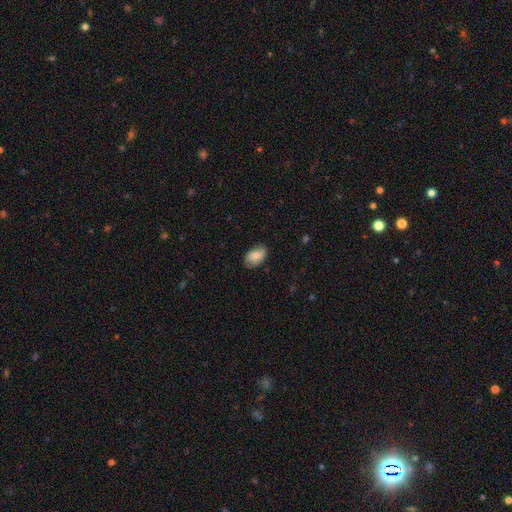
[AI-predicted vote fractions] Smooth or featured?
  - smooth: 78% *
  - featured or disk: 15%
  - star or artifact: 7%
How rounded?
  - in between: 91% *
  - round: 8%
  - cigar-shaped: 2%
Merging?
  - none: 75% *
  - minor disturbance: 20%
  - major disturbance: 4%
  - merger: 1%